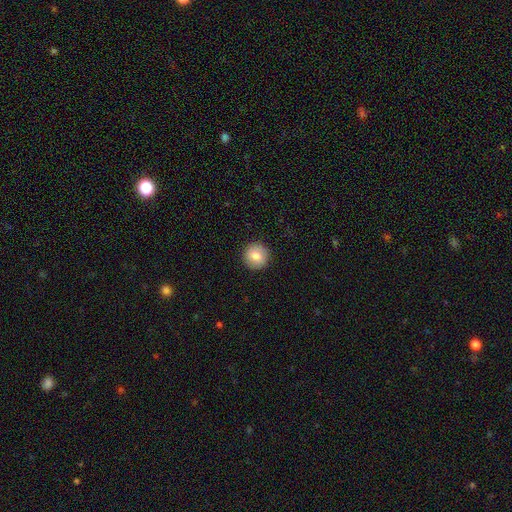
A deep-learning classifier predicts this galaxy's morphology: Smooth or featured?
  - smooth: 83% *
  - featured or disk: 9%
  - star or artifact: 8%
How rounded?
  - round: 95% *
  - in between: 4%
  - cigar-shaped: 1%
Merging?
  - none: 92% *
  - minor disturbance: 6%
  - major disturbance: 2%
  - merger: 1%